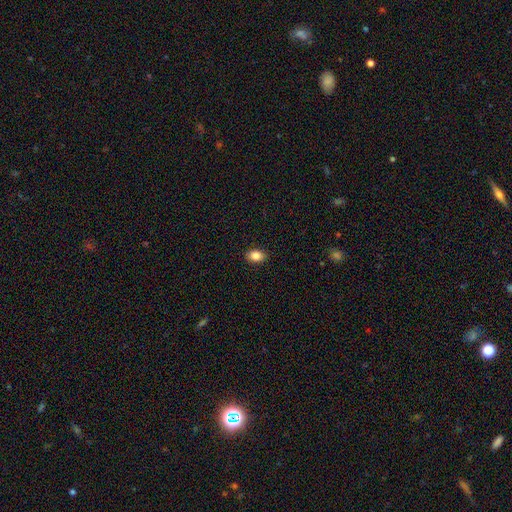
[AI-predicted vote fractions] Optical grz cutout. It shows a smooth galaxy with no disk features (86%) that is in between round and cigar-shaped (83%). Merging: none (90%).